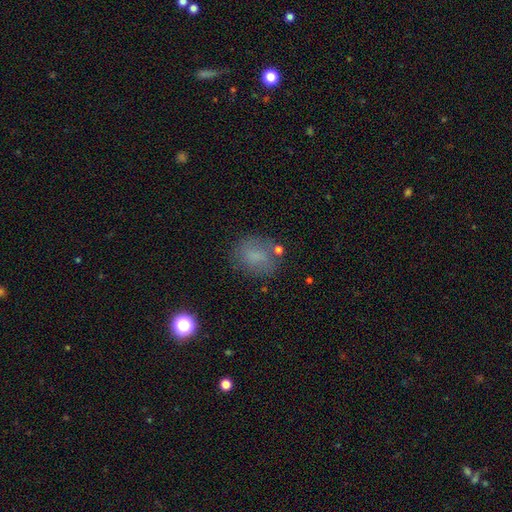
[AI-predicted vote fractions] Smooth or featured? Predicted: smooth (p=0.71). How rounded? Predicted: round (p=0.53). Merging? Predicted: none (p=0.70).